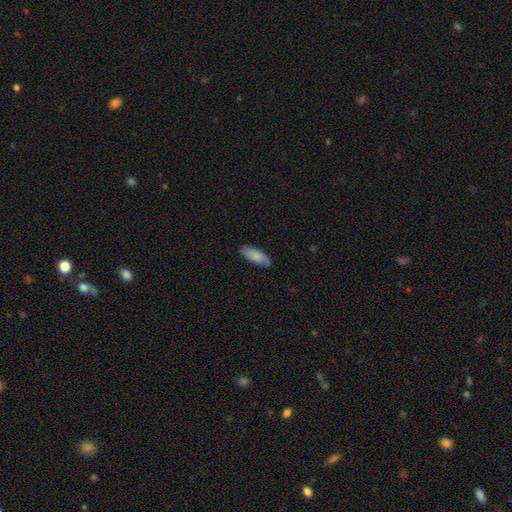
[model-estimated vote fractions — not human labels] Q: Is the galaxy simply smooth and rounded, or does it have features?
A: smooth — 77%.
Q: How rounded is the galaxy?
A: in between — 77%.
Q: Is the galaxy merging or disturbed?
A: none — 74%.